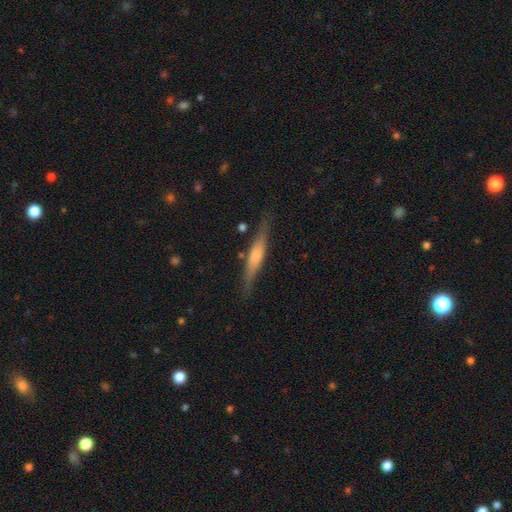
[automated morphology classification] type=featured or disk (53%); edge-on=yes (94%); merging=none (82%).